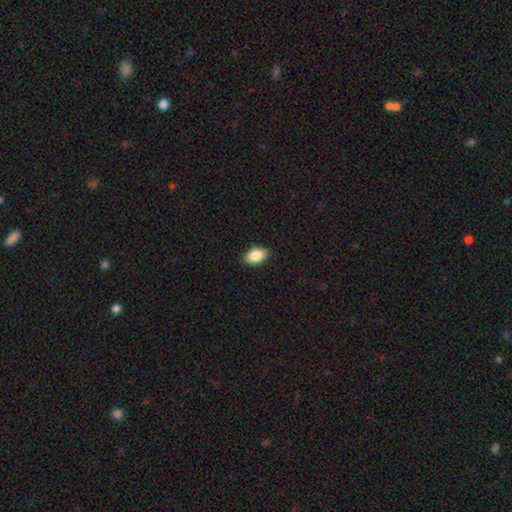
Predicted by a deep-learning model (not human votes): Smooth or featured?
  - smooth: 86% *
  - star or artifact: 7%
  - featured or disk: 6%
How rounded?
  - in between: 91% *
  - round: 7%
  - cigar-shaped: 2%
Merging?
  - none: 88% *
  - minor disturbance: 9%
  - major disturbance: 2%
  - merger: 1%